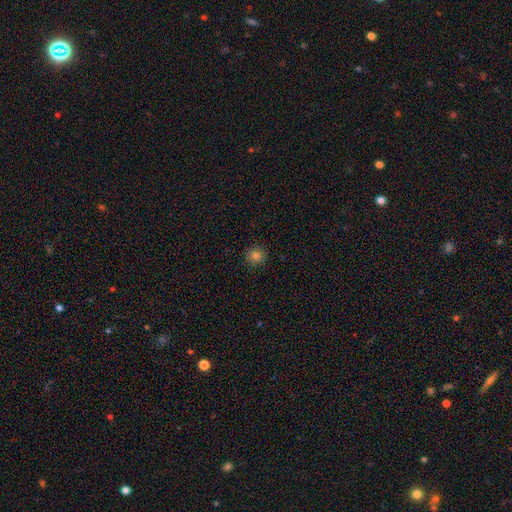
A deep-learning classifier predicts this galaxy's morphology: Smooth or featured? Predicted: smooth (p=0.81). How rounded? Predicted: round (p=0.92). Merging? Predicted: none (p=0.91).